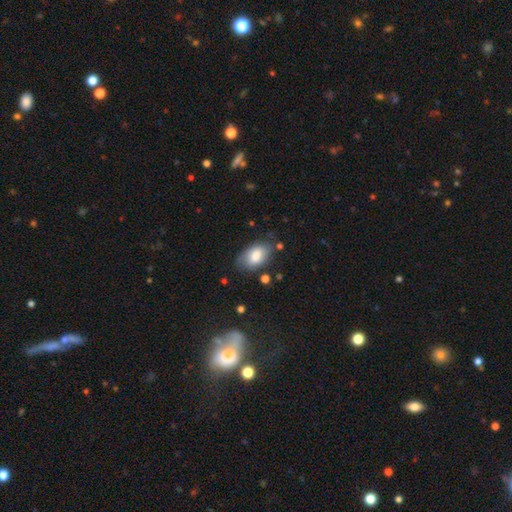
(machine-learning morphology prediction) smooth-or-featured: smooth: 79% | featured or disk: 14% | star or artifact: 7%
  how-rounded: in between: 93% | round: 5% | cigar-shaped: 2%
  merging: none: 70% | minor disturbance: 22% | major disturbance: 6% | merger: 3%